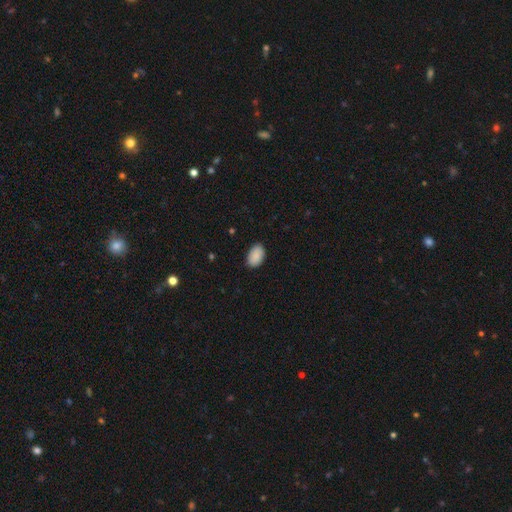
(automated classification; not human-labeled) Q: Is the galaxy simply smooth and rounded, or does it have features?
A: smooth — 90%.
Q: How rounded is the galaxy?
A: in between — 92%.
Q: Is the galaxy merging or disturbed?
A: none — 85%.